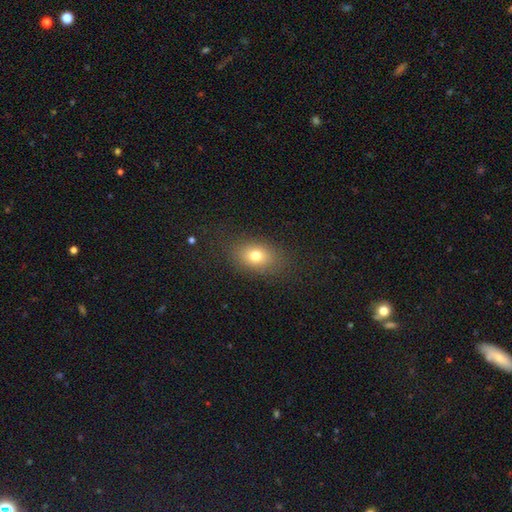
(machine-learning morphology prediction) smooth 75%, featured or disk 13%, star or artifact 12%. Down the decision tree: how rounded — in between (74%); merging — none (81%).